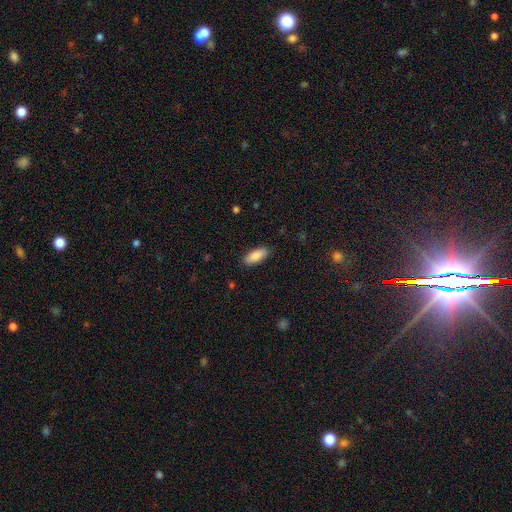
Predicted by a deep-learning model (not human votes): smooth-or-featured: smooth: 87% | featured or disk: 7% | star or artifact: 6%
  how-rounded: in between: 82% | cigar-shaped: 16% | round: 2%
  merging: none: 88% | minor disturbance: 9% | major disturbance: 2% | merger: 1%